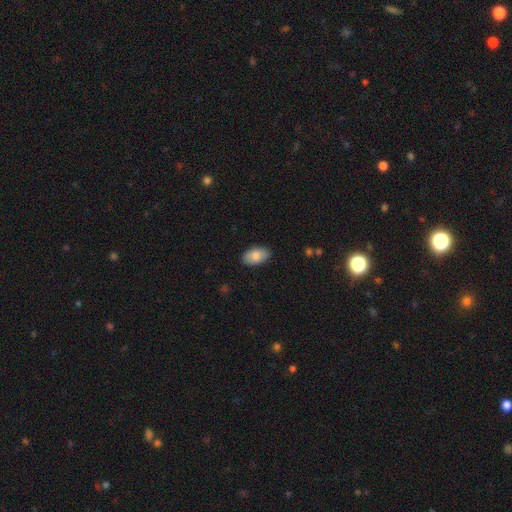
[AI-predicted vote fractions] Morphology: type=smooth (81%); roundness=in between (93%); merging=none (88%).